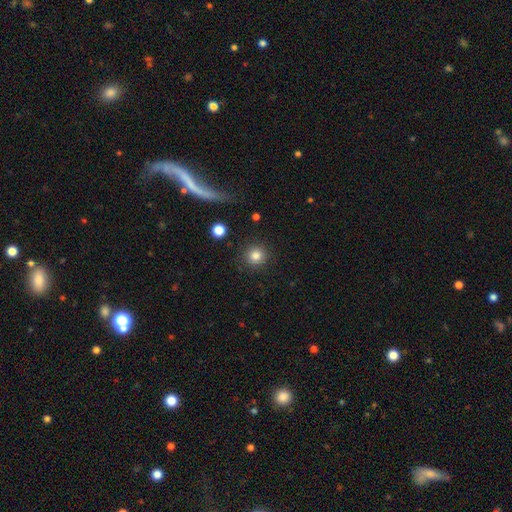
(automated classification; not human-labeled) Smooth or featured? smooth (83%)
How rounded? round (94%)
Merging? none (90%)